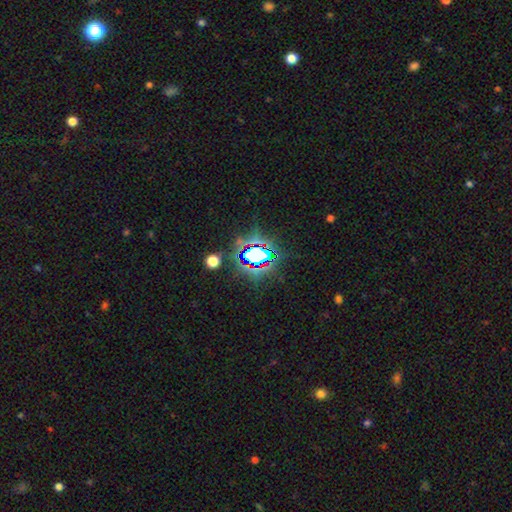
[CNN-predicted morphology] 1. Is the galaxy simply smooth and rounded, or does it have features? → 71% star or artifact, 18% smooth, 12% featured or disk.